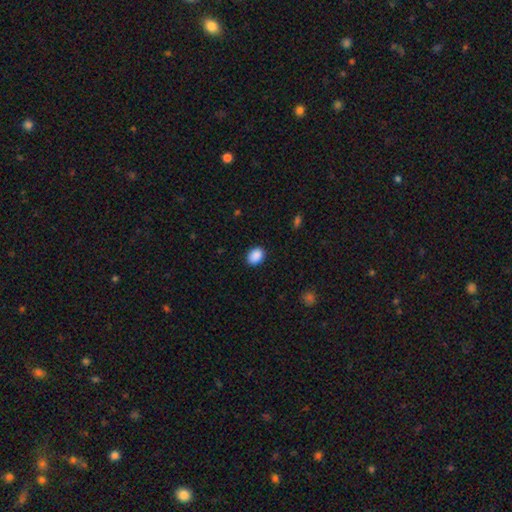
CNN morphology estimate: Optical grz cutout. It shows a smooth galaxy with no disk features (90%) that is in between round and cigar-shaped (68%). Merging: none (88%).